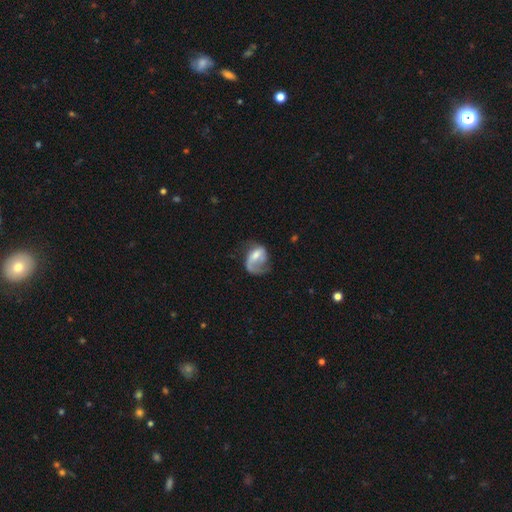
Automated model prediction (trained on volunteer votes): Smooth or featured? featured or disk (61%)
Edge-on disk? no (97%)
Bar? no (46%)
Spiral arms? yes (79%)
Bulge size? moderate (44%)
Merging? major disturbance (46%)